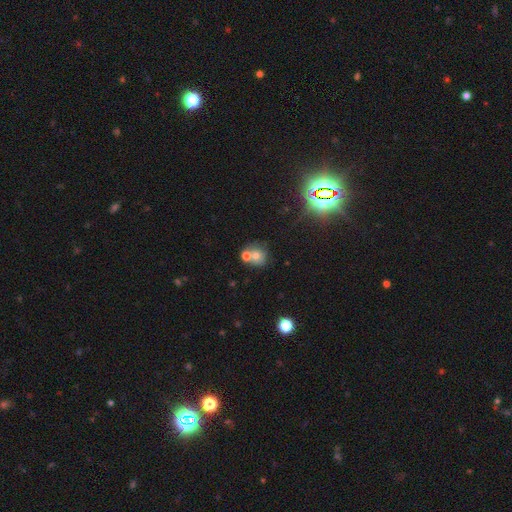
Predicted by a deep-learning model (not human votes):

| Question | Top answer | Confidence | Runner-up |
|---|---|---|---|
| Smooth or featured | smooth | 65% | featured or disk (21%) |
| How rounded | round | 80% | in between (19%) |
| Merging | merger | 45% | none (42%) |